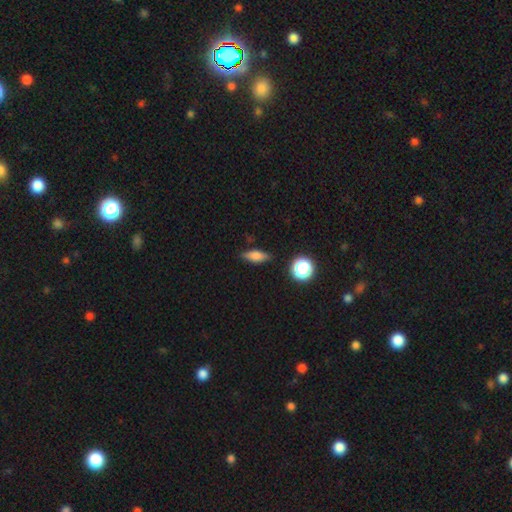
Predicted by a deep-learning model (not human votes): This is likely a smooth galaxy (73%). How rounded: likely in between (62%). Merging: clearly none (81%).